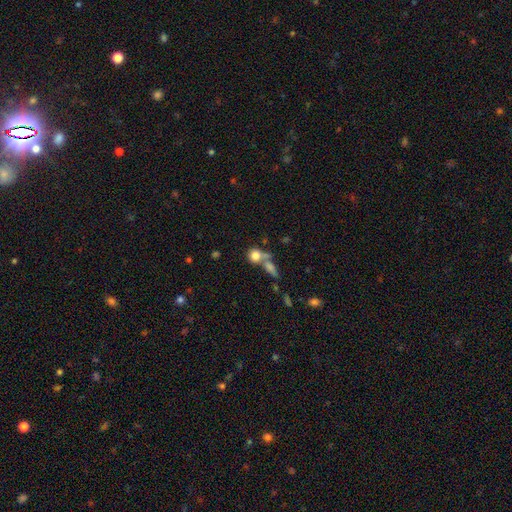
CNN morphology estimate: This appears to be a smooth galaxy with no disk features (78%) that is round (74%). Merging: merger (43%).